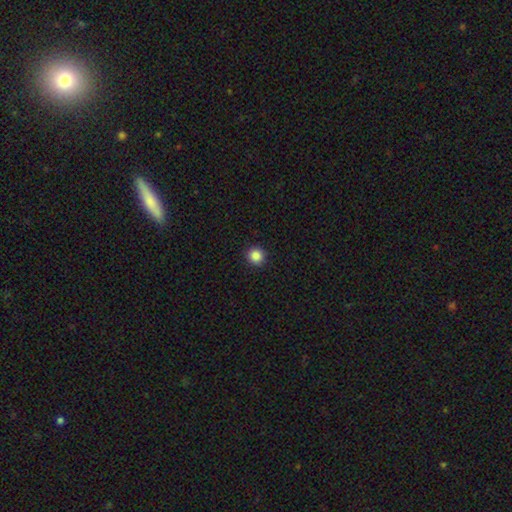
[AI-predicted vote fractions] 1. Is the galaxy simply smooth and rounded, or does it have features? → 87% smooth, 10% star or artifact, 3% featured or disk.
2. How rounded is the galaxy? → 94% round, 5% in between, 1% cigar-shaped.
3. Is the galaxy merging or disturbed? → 93% none, 5% minor disturbance, 2% major disturbance, 1% merger.